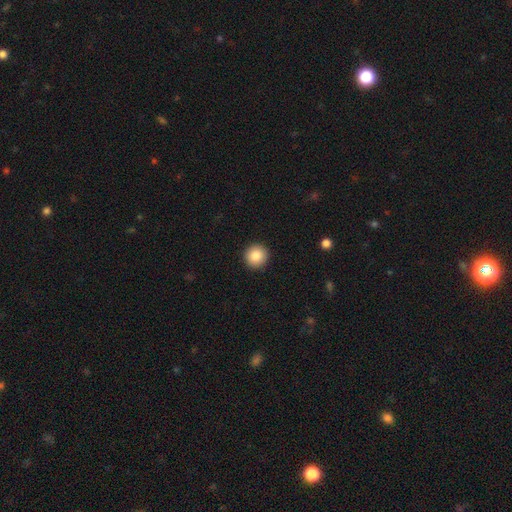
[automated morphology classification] Smooth or featured: smooth — 86% (star or artifact — 9%)
How rounded: round — 94% (in between — 5%)
Merging: none — 93% (minor disturbance — 5%)